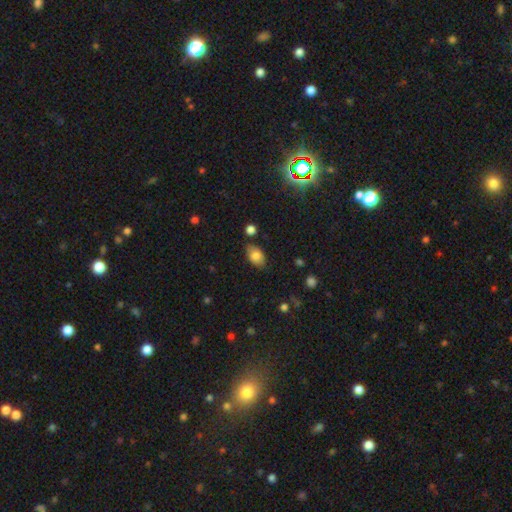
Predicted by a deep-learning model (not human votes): smooth_or_featured: smooth (p=0.80) [alt: featured or disk p=0.12]
how_rounded: in between (p=0.89) [alt: round p=0.09]
merging: none (p=0.79) [alt: minor disturbance p=0.15]